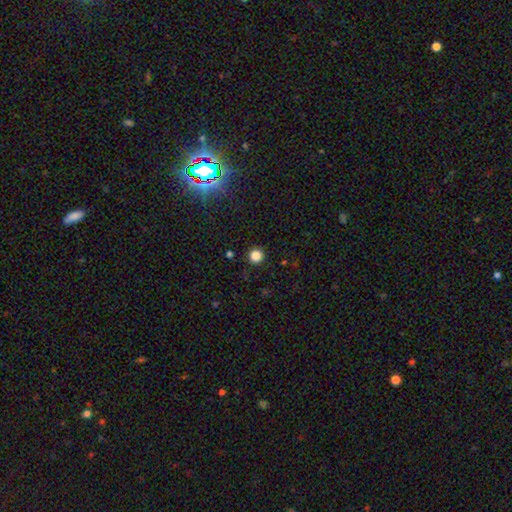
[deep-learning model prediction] A smooth galaxy with no disk features (84%) that is round (95%). Merging: none (93%).